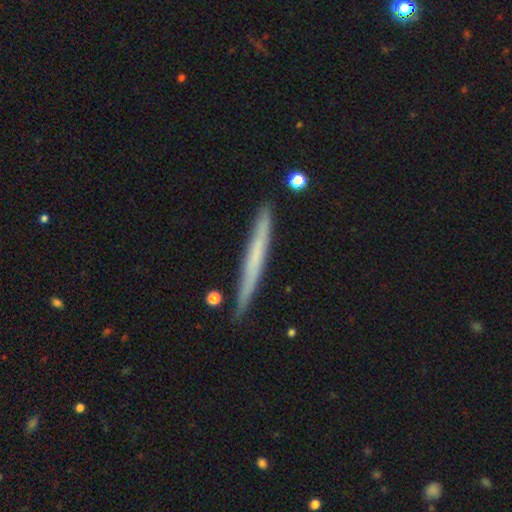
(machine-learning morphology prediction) Smooth or featured? Predicted: smooth (p=0.51). How rounded? Predicted: cigar-shaped (p=0.97). Merging? Predicted: none (p=0.87).